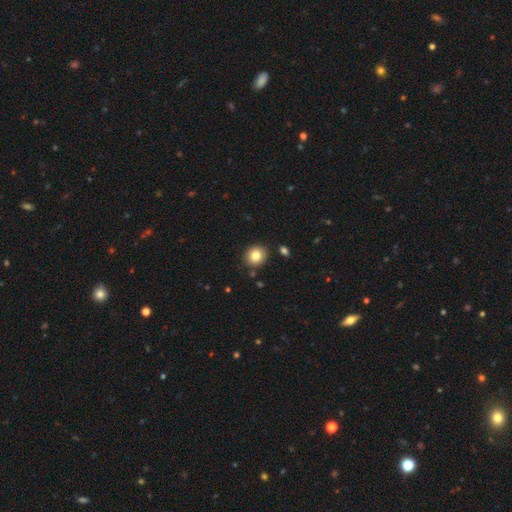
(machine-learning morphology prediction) Smooth or featured: smooth — 83% (star or artifact — 10%)
How rounded: round — 78% (in between — 21%)
Merging: none — 87% (minor disturbance — 8%)